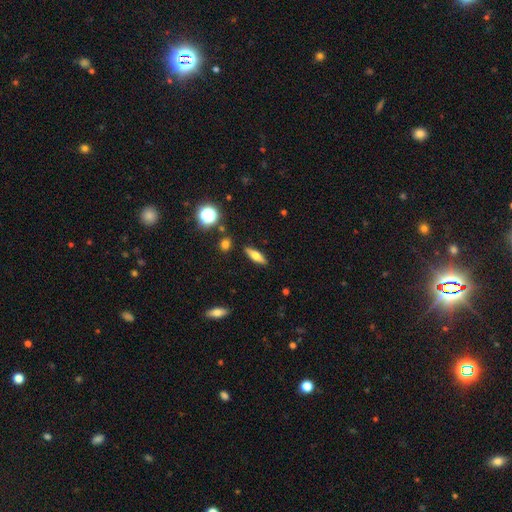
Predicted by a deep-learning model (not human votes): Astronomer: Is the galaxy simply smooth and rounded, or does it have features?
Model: smooth — 54% (runner-up: featured or disk, 37%).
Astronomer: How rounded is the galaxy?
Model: cigar-shaped — 52% (runner-up: in between, 44%).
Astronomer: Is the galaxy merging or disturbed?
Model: none — 88%.